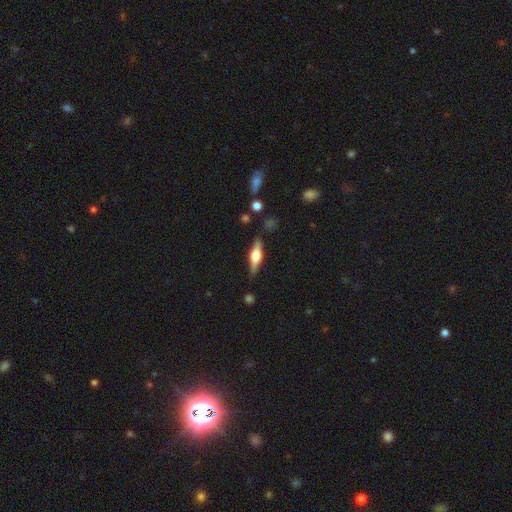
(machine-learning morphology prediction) featured or disk 67%, smooth 26%, star or artifact 6%. Down the decision tree: edge-on disk — yes (96%); edge-on bulge — rounded (90%); merging — none (85%).